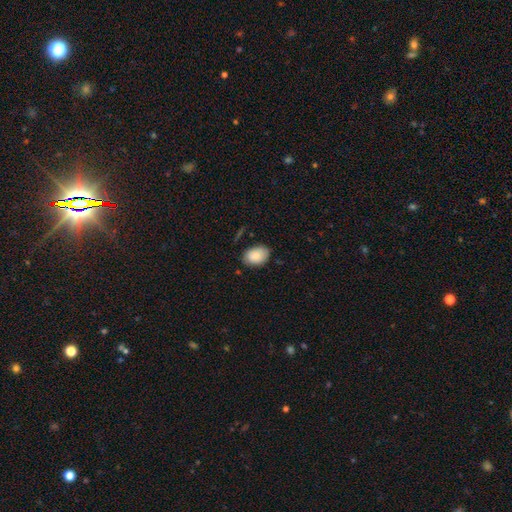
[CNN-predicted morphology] This is clearly a smooth galaxy (87%). How rounded: clearly in between (85%). Merging: likely none (77%).